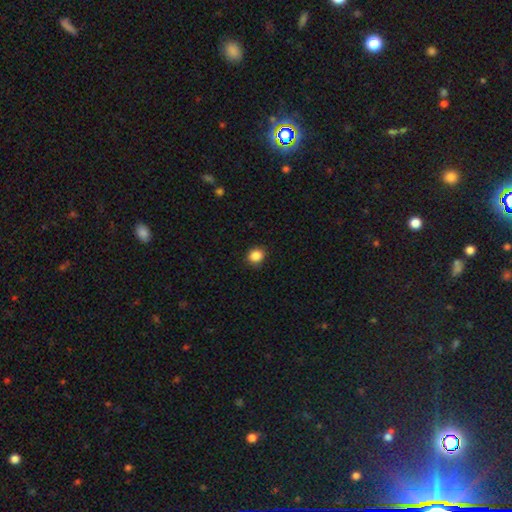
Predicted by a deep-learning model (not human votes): smooth 87%, star or artifact 10%, featured or disk 3%. Down the decision tree: how rounded — round (74%); merging — none (89%).